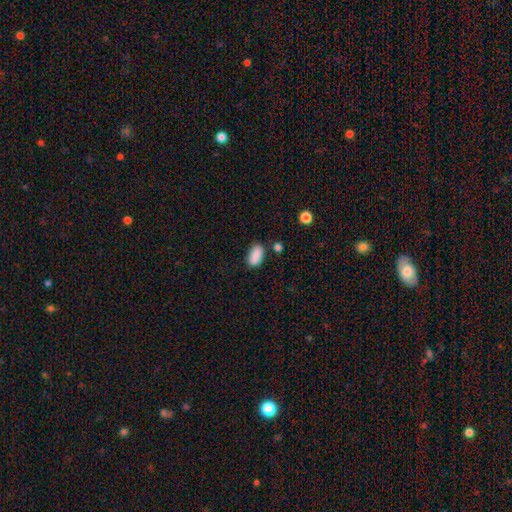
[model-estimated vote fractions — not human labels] The model was most divided on "merging": none: 80%, minor disturbance: 13%, merger: 4%, major disturbance: 3%. More confident: how rounded — in between (90%); smooth or featured — smooth (89%).